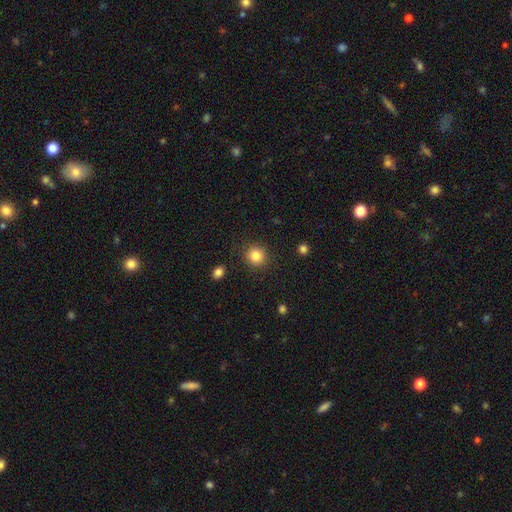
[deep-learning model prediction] Smooth or featured? smooth (85%)
How rounded? round (89%)
Merging? none (89%)